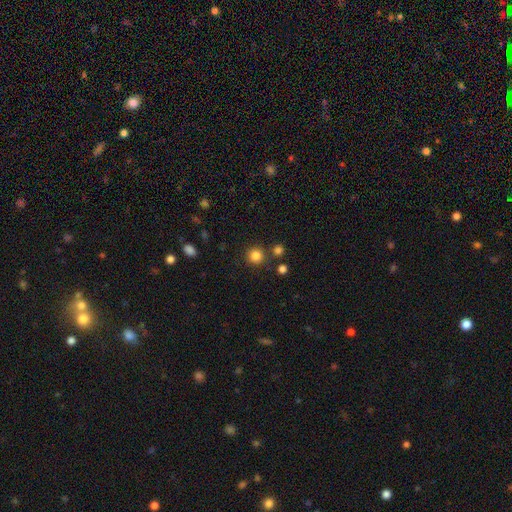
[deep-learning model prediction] smooth_or_featured: smooth (p=0.84) [alt: star or artifact p=0.12]
how_rounded: round (p=0.94) [alt: in between p=0.05]
merging: none (p=0.84) [alt: minor disturbance p=0.07]